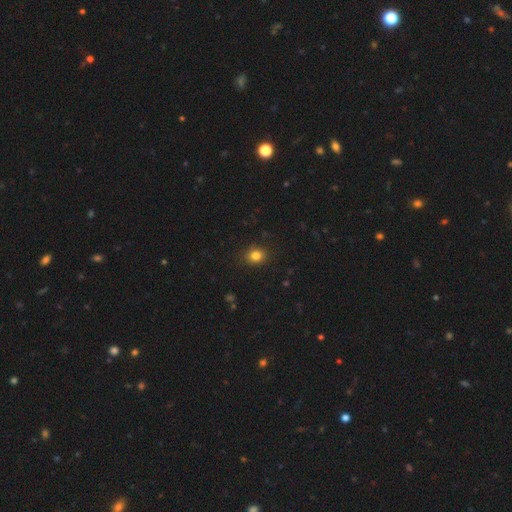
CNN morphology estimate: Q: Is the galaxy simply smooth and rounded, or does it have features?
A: smooth — 83%.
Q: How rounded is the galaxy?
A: round — 72%.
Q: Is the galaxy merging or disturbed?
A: none — 87%.